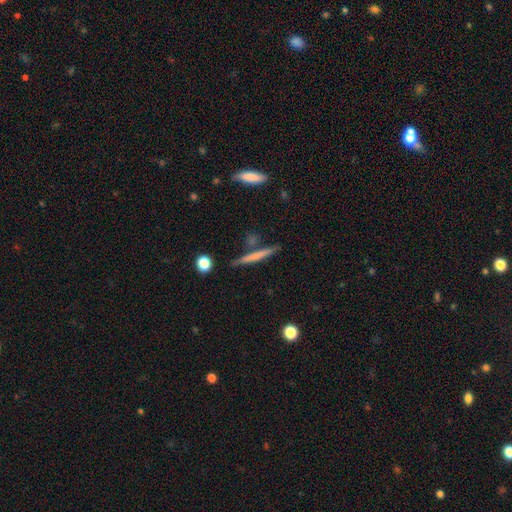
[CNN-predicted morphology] type=smooth (56%); roundness=cigar-shaped (94%); merging=none (80%).